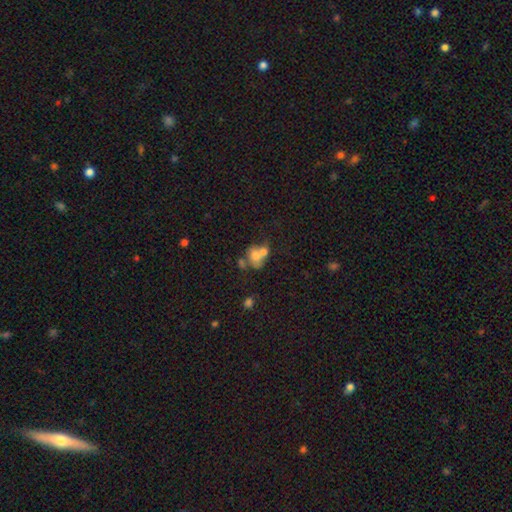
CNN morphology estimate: Q: Smooth or featured?
A: smooth (64%); runner-up: featured or disk (24%)
Q: How rounded?
A: in between (50%); runner-up: round (48%)
Q: Merging?
A: merger (61%); runner-up: none (22%)